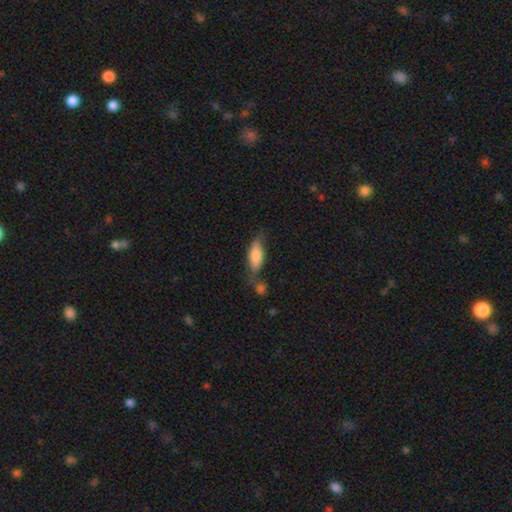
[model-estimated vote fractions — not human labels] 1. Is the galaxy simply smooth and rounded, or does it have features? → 77% smooth, 17% featured or disk, 6% star or artifact.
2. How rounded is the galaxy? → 69% in between, 29% cigar-shaped, 2% round.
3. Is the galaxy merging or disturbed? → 50% none, 23% minor disturbance, 19% merger, 8% major disturbance.